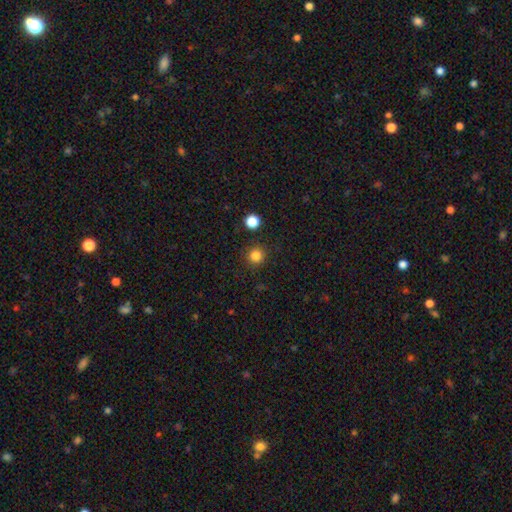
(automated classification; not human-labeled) Smooth or featured? smooth (84%)
How rounded? round (95%)
Merging? none (90%)